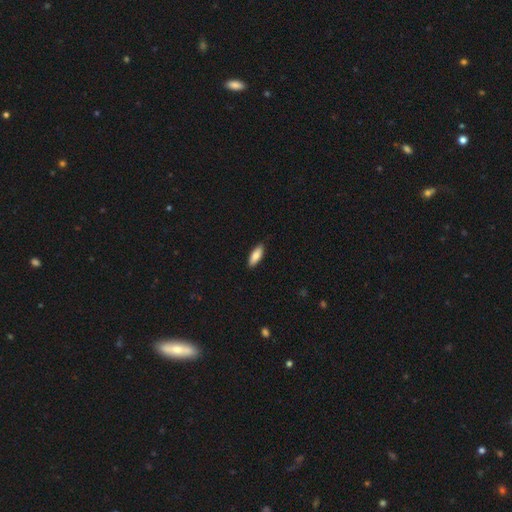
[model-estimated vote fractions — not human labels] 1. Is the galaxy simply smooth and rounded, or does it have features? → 83% smooth, 11% featured or disk, 6% star or artifact.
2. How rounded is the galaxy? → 71% in between, 27% cigar-shaped, 2% round.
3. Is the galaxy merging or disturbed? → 89% none, 9% minor disturbance, 2% major disturbance, 1% merger.